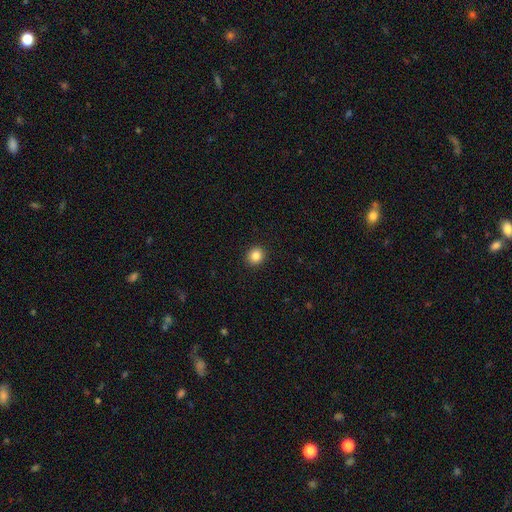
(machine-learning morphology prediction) Smooth or featured? smooth (85%)
How rounded? round (81%)
Merging? none (92%)